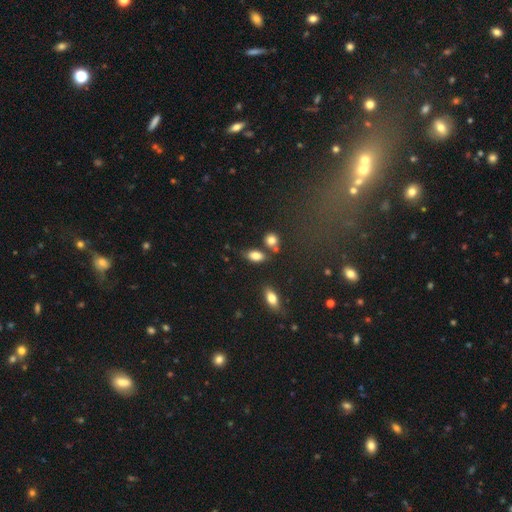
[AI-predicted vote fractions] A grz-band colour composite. It shows a smooth galaxy with no disk features (83%) that is in between round and cigar-shaped (88%). Merging: none (67%).